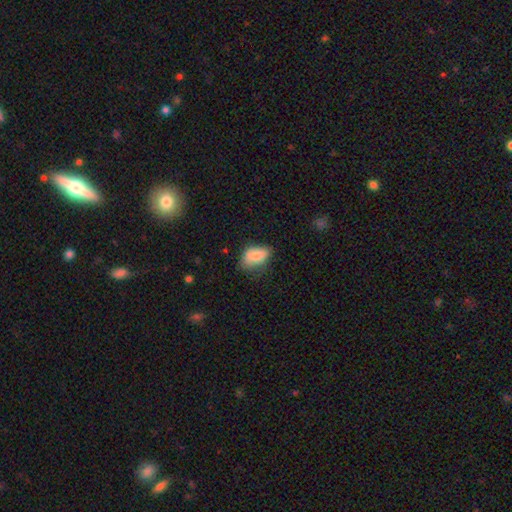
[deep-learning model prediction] Overall: smooth (80%). How rounded: in between (89%). Merging: none (52%; minor disturbance 36%).